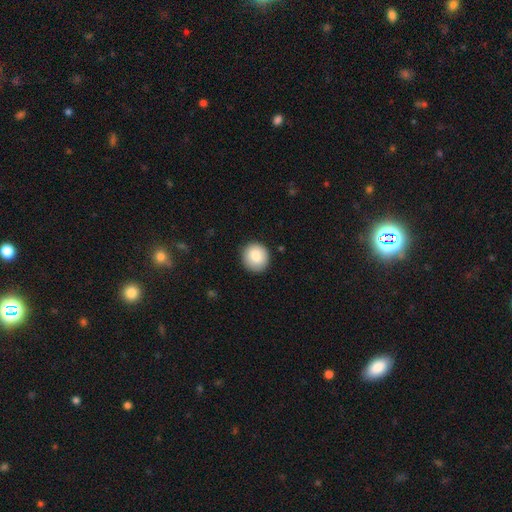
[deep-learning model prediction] This appears to be a smooth galaxy with no disk features (83%) that is round (91%). Merging: none (89%).